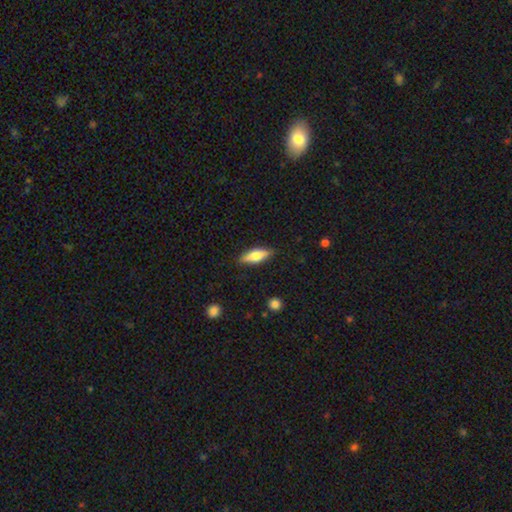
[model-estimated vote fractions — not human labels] smooth-or-featured: smooth: 60% | featured or disk: 34% | star or artifact: 6%
  how-rounded: in between: 56% | cigar-shaped: 42% | round: 3%
  merging: none: 86% | minor disturbance: 11% | major disturbance: 2% | merger: 1%